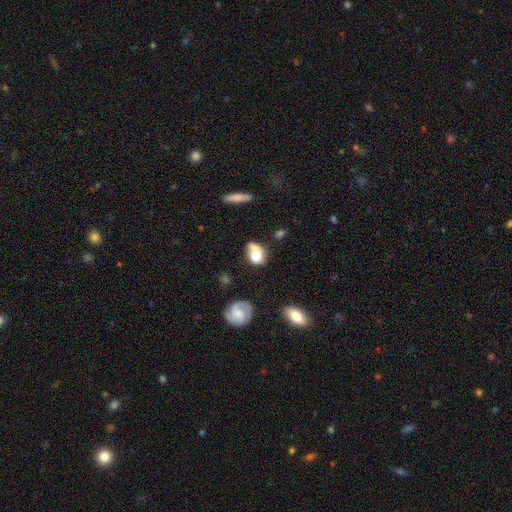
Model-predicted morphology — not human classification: smooth 58%, featured or disk 33%, star or artifact 9%. Down the decision tree: how rounded — in between (62%); merging — none (30%).